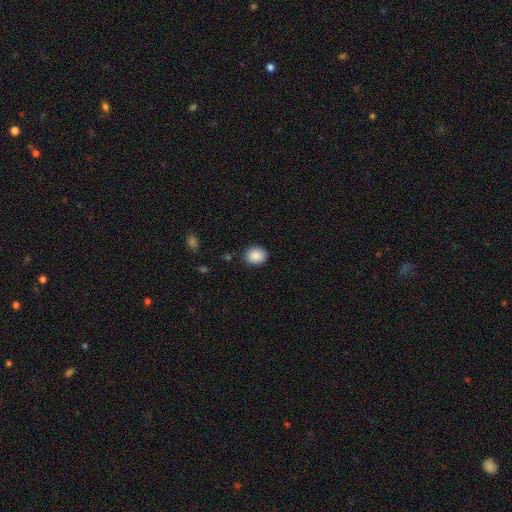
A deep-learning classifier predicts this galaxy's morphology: A smooth galaxy with no disk features (89%) that is round (62%). Merging: none (85%).